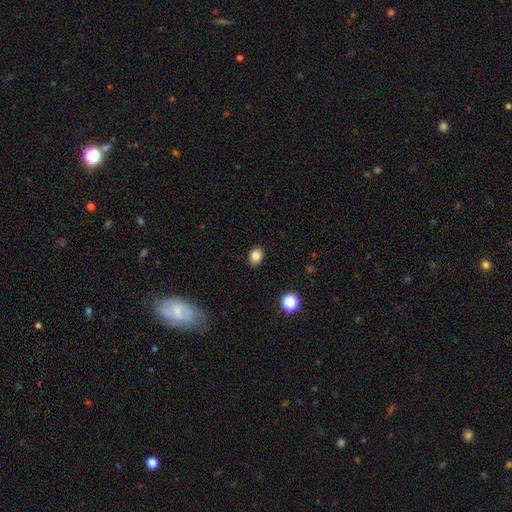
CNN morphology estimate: Smooth or featured? Predicted: smooth (p=0.83). How rounded? Predicted: in between (p=0.63). Merging? Predicted: none (p=0.88).